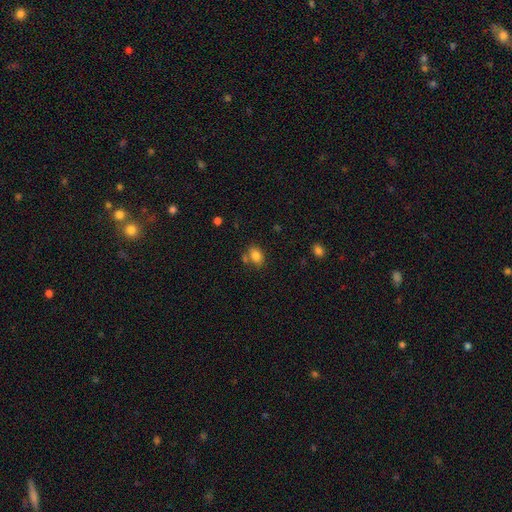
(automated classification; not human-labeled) This appears to be a smooth galaxy with no disk features (83%) that is in between round and cigar-shaped (75%). Merging: none (65%).